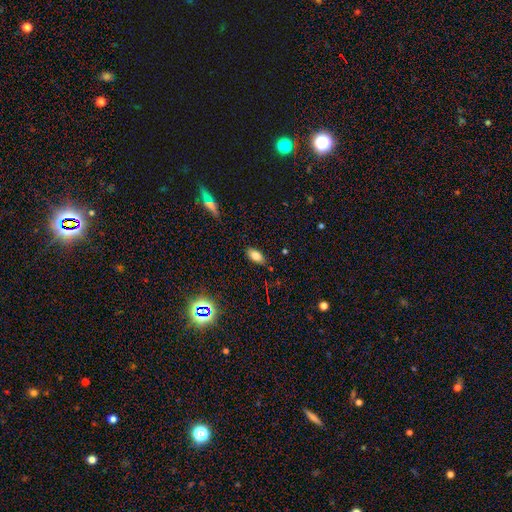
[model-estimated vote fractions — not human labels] This is likely a smooth galaxy (79%). How rounded: clearly in between (89%). Merging: clearly none (85%).